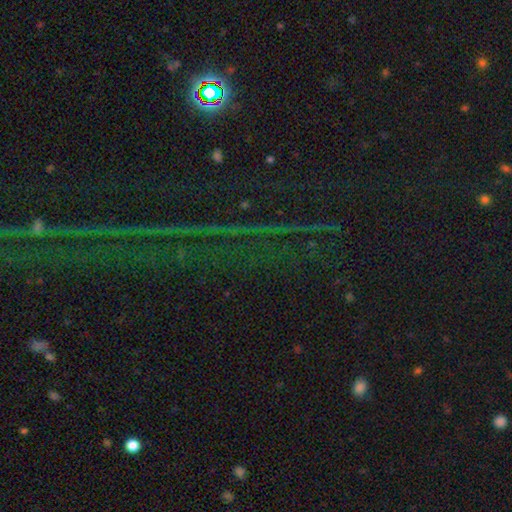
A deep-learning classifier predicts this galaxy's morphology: smooth-or-featured: star or artifact: 86% | featured or disk: 7% | smooth: 7%